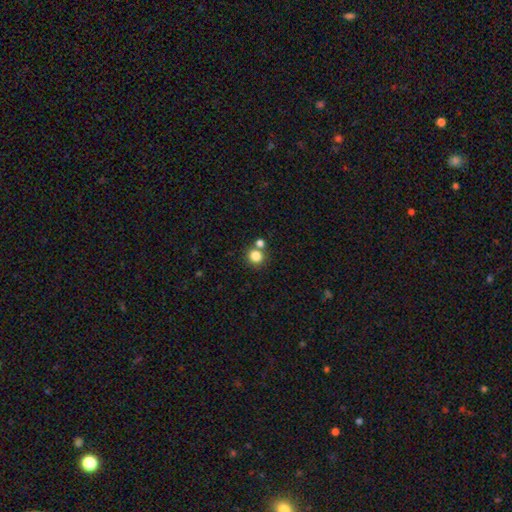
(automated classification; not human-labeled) Q: Smooth or featured?
A: smooth (82%); runner-up: star or artifact (13%)
Q: How rounded?
A: round (89%); runner-up: in between (10%)
Q: Merging?
A: none (70%); runner-up: merger (20%)